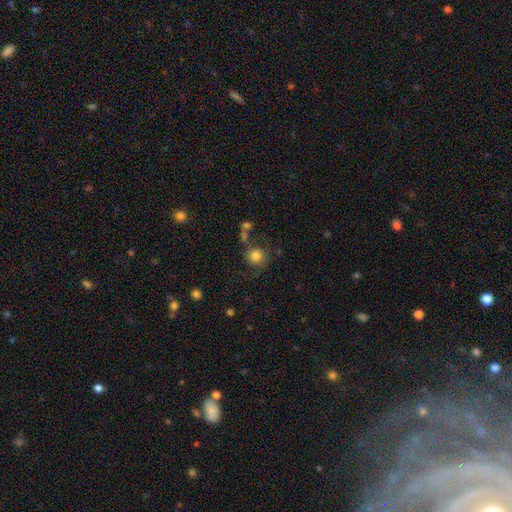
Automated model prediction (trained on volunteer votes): smooth_or_featured: smooth (p=0.76) [alt: featured or disk p=0.14]
how_rounded: round (p=0.91) [alt: in between p=0.08]
merging: none (p=0.64) [alt: minor disturbance p=0.16]